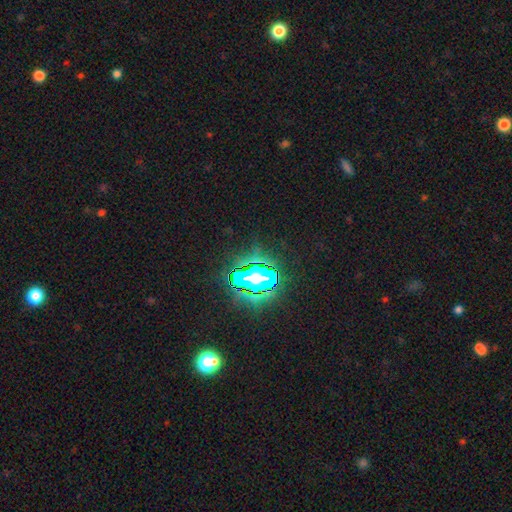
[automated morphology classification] Q: Smooth or featured?
A: star or artifact (67%); runner-up: smooth (19%)